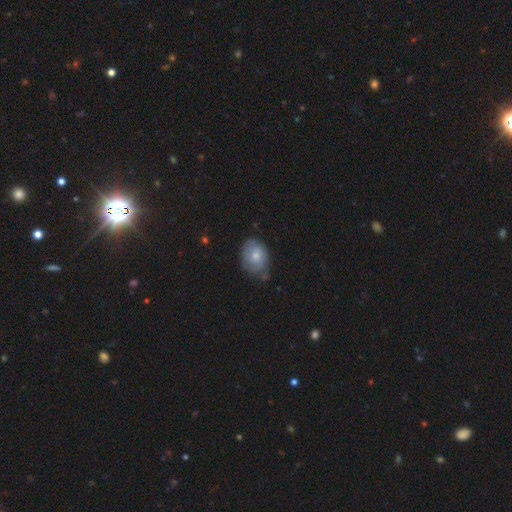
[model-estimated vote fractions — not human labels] smooth_or_featured: smooth (p=0.57) [alt: featured or disk p=0.36]
how_rounded: in between (p=0.62) [alt: round p=0.37]
merging: none (p=0.55) [alt: minor disturbance p=0.32]